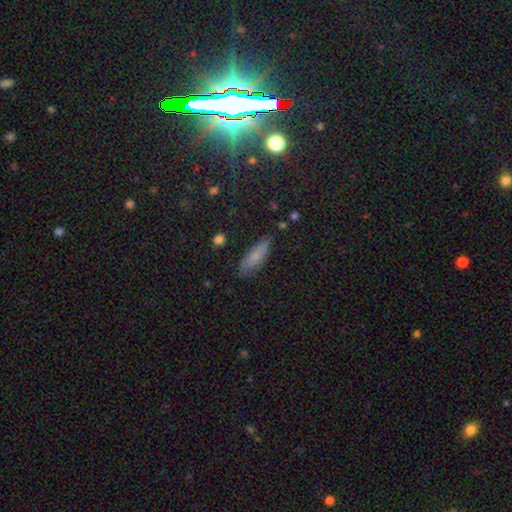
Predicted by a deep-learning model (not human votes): A smooth galaxy with no disk features (73%) that is in between round and cigar-shaped (55%). Merging: none (75%).